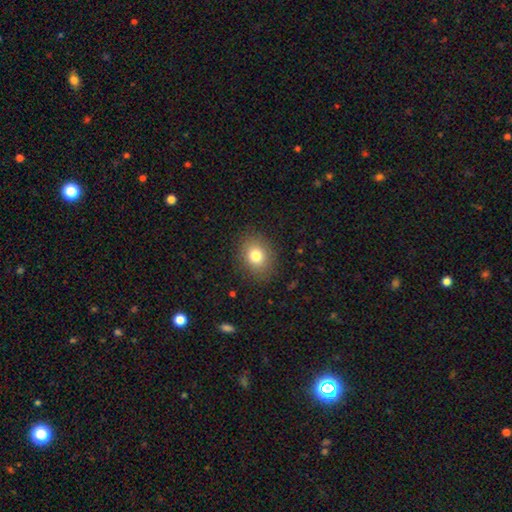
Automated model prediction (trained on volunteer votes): The model was most divided on "how rounded": round: 50%, in between: 49%, cigar-shaped: 1%. More confident: merging — none (86%); smooth or featured — smooth (79%).